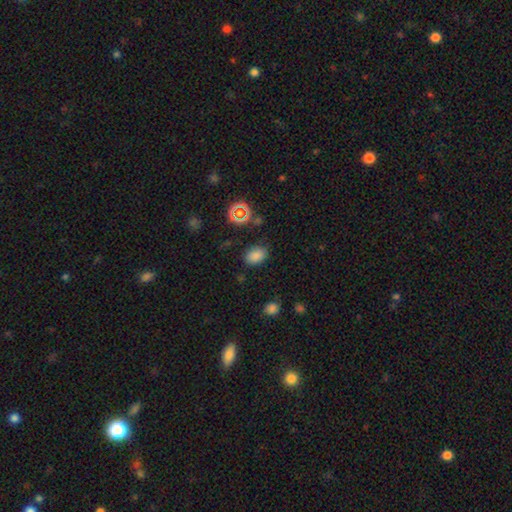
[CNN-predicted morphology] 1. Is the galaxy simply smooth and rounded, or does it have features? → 79% smooth, 15% star or artifact, 6% featured or disk.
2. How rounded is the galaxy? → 79% in between, 20% round, 1% cigar-shaped.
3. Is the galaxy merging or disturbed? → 80% none, 14% minor disturbance, 4% major disturbance, 2% merger.